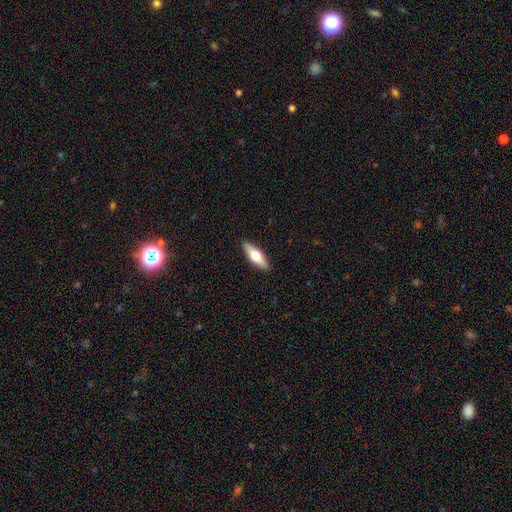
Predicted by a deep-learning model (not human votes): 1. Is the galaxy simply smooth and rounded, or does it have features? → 55% smooth, 40% featured or disk, 6% star or artifact.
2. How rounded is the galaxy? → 55% in between, 43% cigar-shaped, 3% round.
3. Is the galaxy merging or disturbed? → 90% none, 7% minor disturbance, 2% major disturbance, 1% merger.